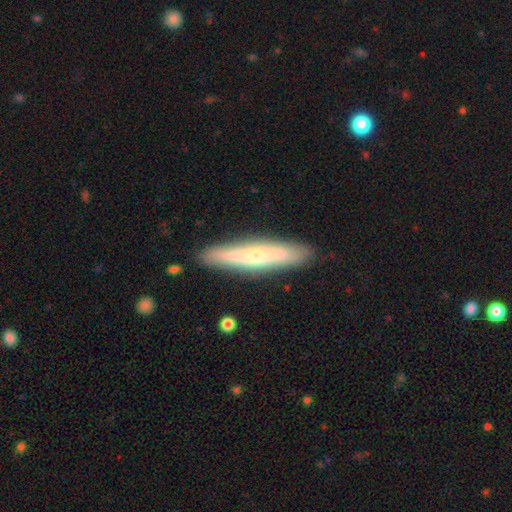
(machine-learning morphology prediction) Smooth or featured? Predicted: smooth (p=0.48). Merging? Predicted: none (p=0.87).